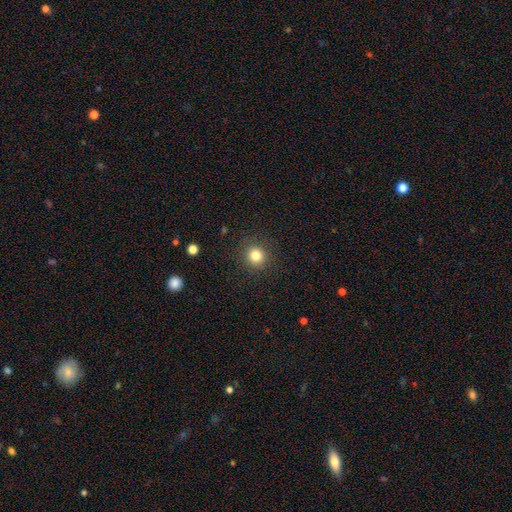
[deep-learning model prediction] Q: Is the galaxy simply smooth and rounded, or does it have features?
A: smooth — 82%.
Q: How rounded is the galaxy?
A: round — 93%.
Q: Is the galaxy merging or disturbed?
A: none — 91%.